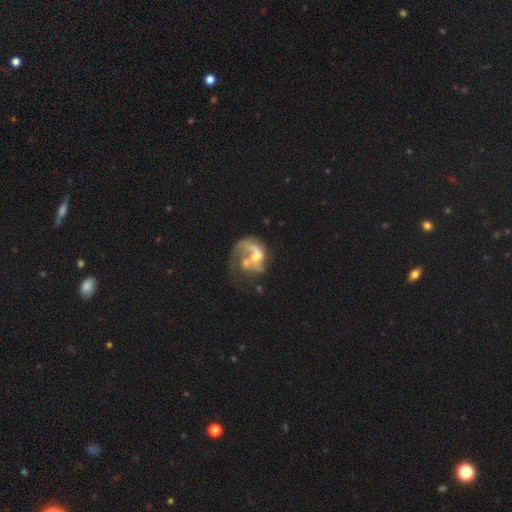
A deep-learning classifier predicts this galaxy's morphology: This is likely a featured or disk galaxy (72%). It is clearly not viewed edge-on (98%). Bar: likely no (69%). Spiral arm pattern: likely yes (71%). Spiral arm count: likely 1 (66%). Spiral winding: possibly loose (55%). Central bulge: possibly moderate (47%). Merging: marginally major disturbance (35%).